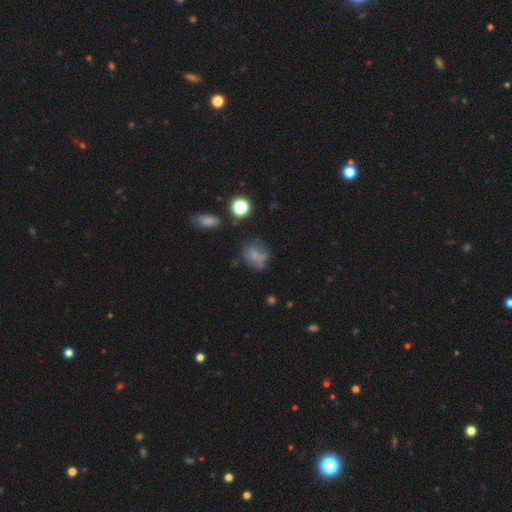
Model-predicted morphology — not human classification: Q: Smooth or featured?
A: smooth (62%); runner-up: featured or disk (21%)
Q: How rounded?
A: round (56%); runner-up: in between (43%)
Q: Merging?
A: none (50%); runner-up: minor disturbance (25%)